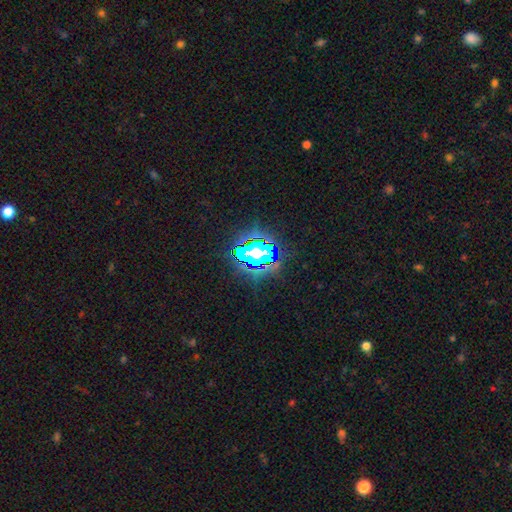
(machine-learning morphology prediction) smooth-or-featured: star or artifact: 76% | smooth: 15% | featured or disk: 9%